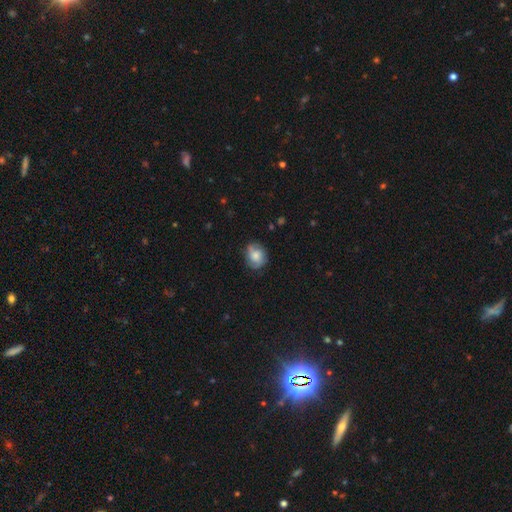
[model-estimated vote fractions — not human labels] Smooth or featured? Predicted: smooth (p=0.52). How rounded? Predicted: round (p=0.60). Merging? Predicted: none (p=0.71).